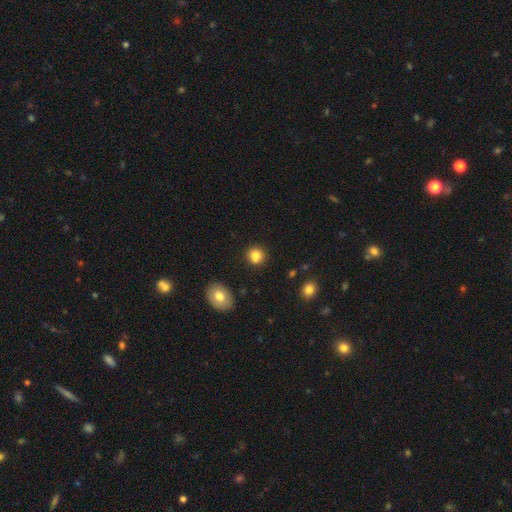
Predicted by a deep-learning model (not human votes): The model was most divided on "how rounded": round: 85%, in between: 14%, cigar-shaped: 1%. More confident: smooth or featured — smooth (83%); merging — none (81%).